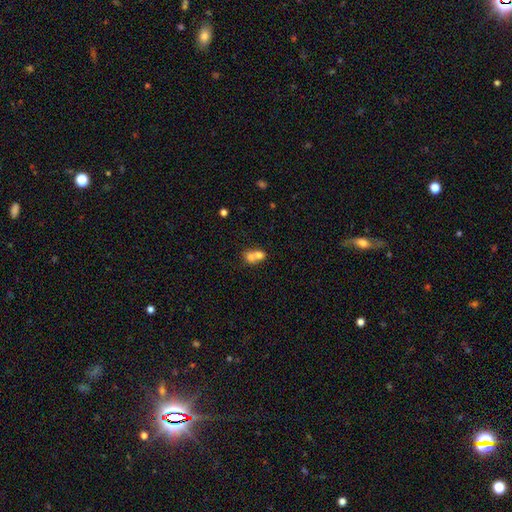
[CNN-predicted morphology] Smooth or featured?
  - smooth: 71% *
  - featured or disk: 19%
  - star or artifact: 10%
How rounded?
  - round: 56% *
  - in between: 42%
  - cigar-shaped: 1%
Merging?
  - merger: 72% *
  - none: 20%
  - minor disturbance: 5%
  - major disturbance: 3%